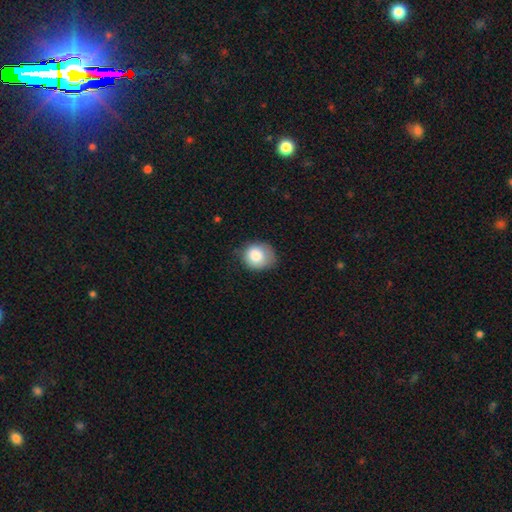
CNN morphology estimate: type=smooth (82%); roundness=round (70%); merging=none (60%).